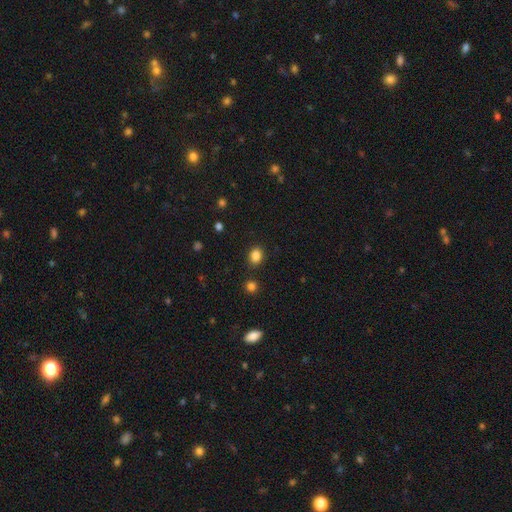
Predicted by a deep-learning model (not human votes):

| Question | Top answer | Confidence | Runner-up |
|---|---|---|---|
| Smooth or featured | smooth | 85% | star or artifact (11%) |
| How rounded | in between | 57% | round (42%) |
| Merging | none | 84% | minor disturbance (9%) |